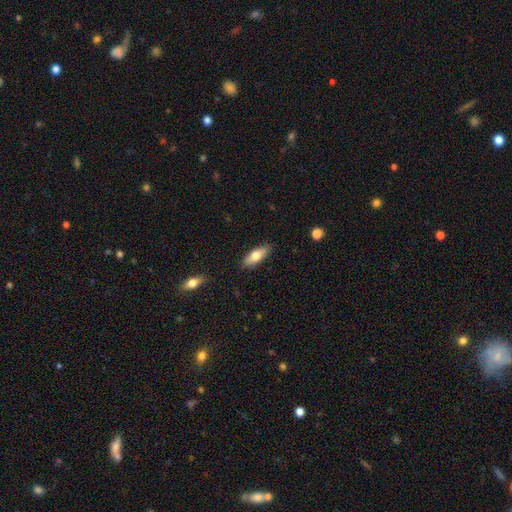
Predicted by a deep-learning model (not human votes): Smooth or featured? Predicted: smooth (p=0.72). How rounded? Predicted: in between (p=0.67). Merging? Predicted: none (p=0.87).